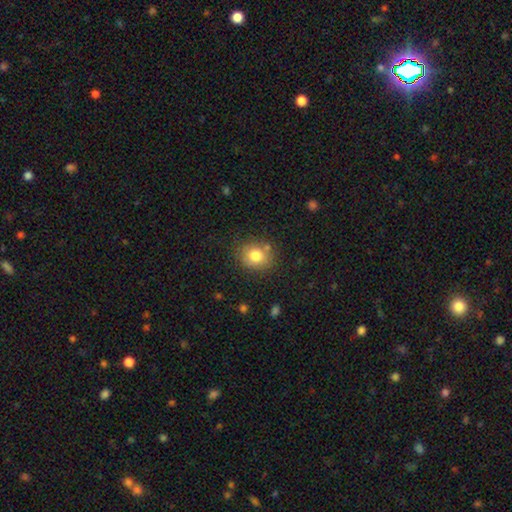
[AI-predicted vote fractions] The model was most divided on "how rounded": round: 71%, in between: 28%, cigar-shaped: 1%. More confident: smooth or featured — smooth (79%); merging — none (78%).